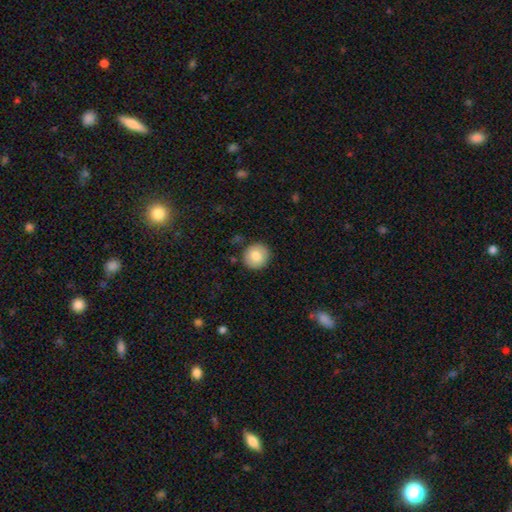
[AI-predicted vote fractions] This is clearly a smooth galaxy (81%). How rounded: clearly round (92%). Merging: clearly none (88%).